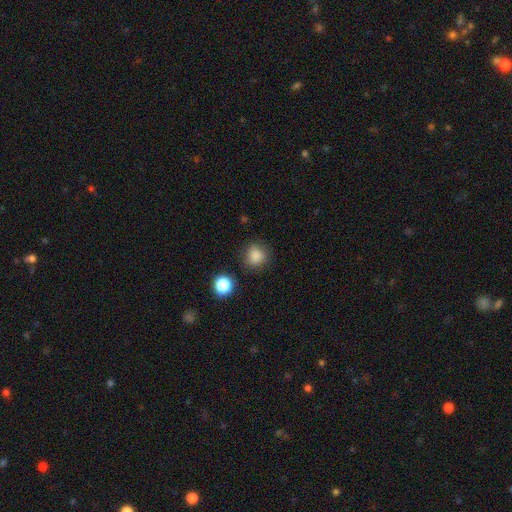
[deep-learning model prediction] Q: Smooth or featured?
A: smooth (84%); runner-up: star or artifact (12%)
Q: How rounded?
A: round (85%); runner-up: in between (14%)
Q: Merging?
A: none (81%); runner-up: minor disturbance (12%)